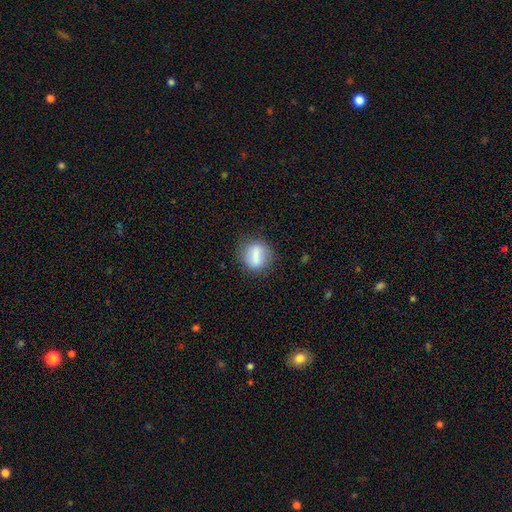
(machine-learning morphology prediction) smooth 67%, featured or disk 25%, star or artifact 8%. Down the decision tree: how rounded — round (61%); merging — none (80%).